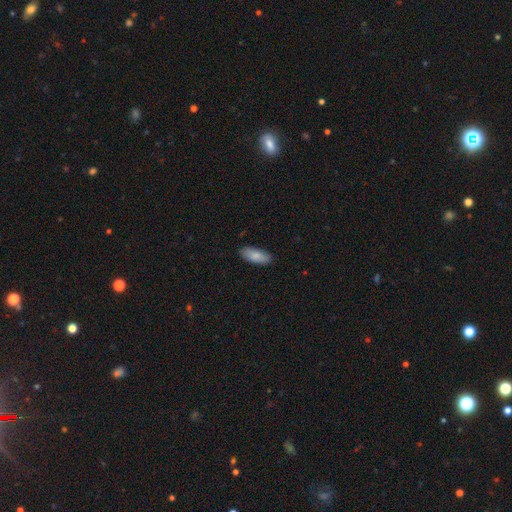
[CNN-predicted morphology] Overall: smooth (85%). How rounded: in between (79%). Merging: none (86%).